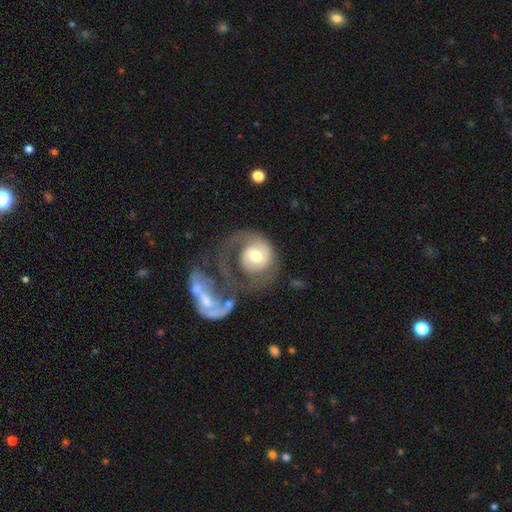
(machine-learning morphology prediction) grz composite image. It shows a featured or disk galaxy (63%) with no bar (73%), spiral arms (74%) and a moderate central bulge (66%). Merging: merger (39%).